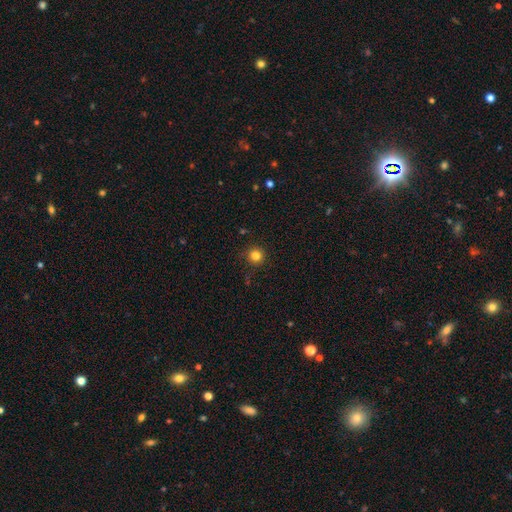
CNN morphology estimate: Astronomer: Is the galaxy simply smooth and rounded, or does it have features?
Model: smooth — 82%.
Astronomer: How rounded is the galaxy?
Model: round — 94%.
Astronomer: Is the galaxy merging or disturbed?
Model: none — 88%.